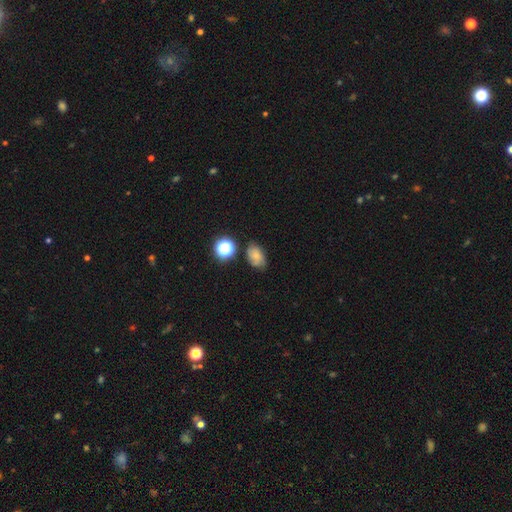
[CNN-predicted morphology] This appears to be a smooth galaxy with no disk features (64%) that is in between round and cigar-shaped (78%). Merging: none (67%).